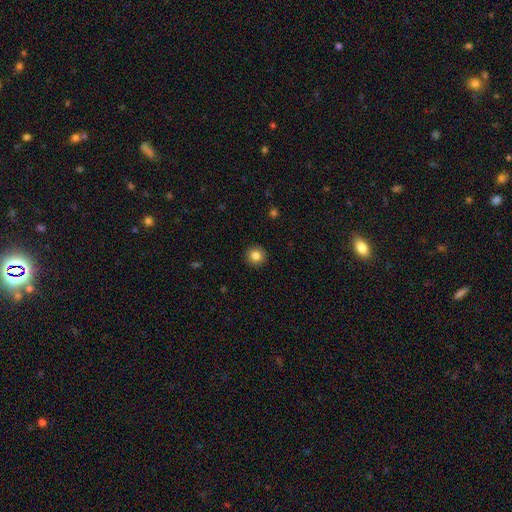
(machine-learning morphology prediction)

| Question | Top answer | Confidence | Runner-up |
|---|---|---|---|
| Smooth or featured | smooth | 83% | star or artifact (10%) |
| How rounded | round | 94% | in between (5%) |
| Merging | none | 92% | minor disturbance (5%) |